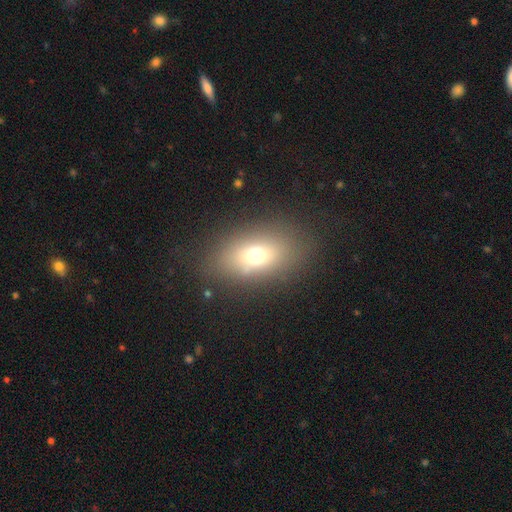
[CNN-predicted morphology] Smooth or featured: smooth — 67% (featured or disk — 18%)
How rounded: in between — 79% (round — 18%)
Merging: none — 80% (minor disturbance — 12%)